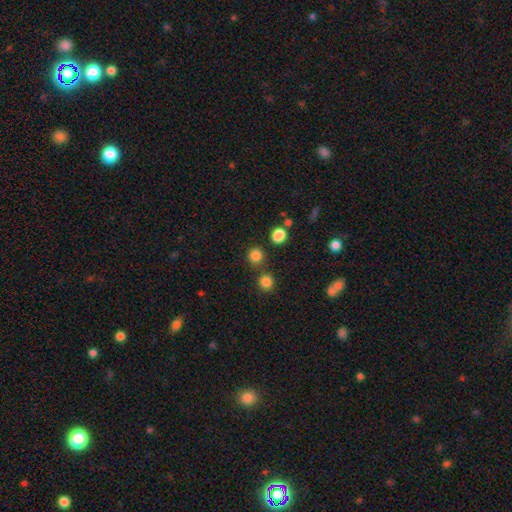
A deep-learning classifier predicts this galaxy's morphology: smooth-or-featured: smooth: 81% | star or artifact: 15% | featured or disk: 4%
  how-rounded: round: 90% | in between: 9% | cigar-shaped: 1%
  merging: none: 80% | merger: 11% | minor disturbance: 7% | major disturbance: 3%